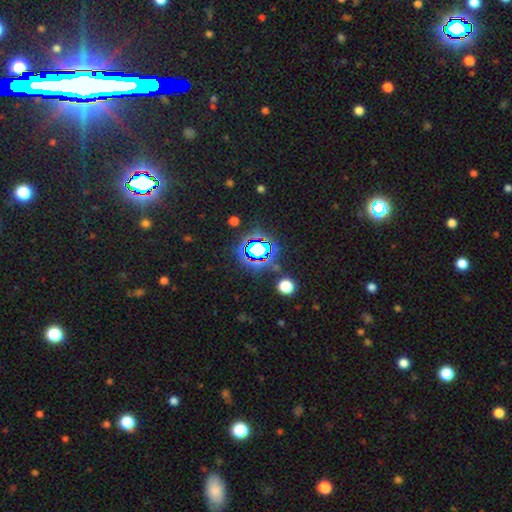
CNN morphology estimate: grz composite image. It shows a star or artifact, not a galaxy (75%).